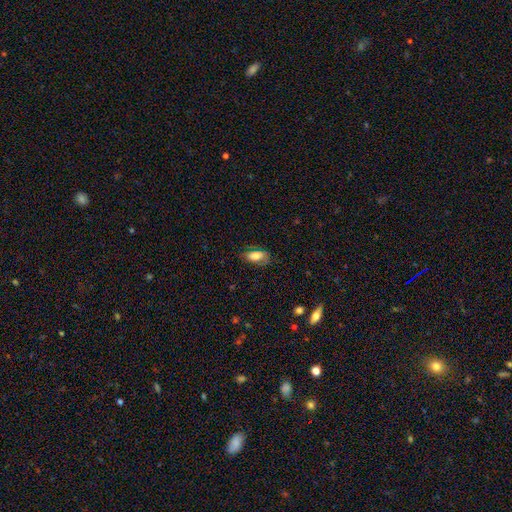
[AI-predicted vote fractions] A smooth galaxy with no disk features (74%) that is in between round and cigar-shaped (89%).

Vote fractions:
- Smooth or featured? smooth: 74% / featured or disk: 17% / star or artifact: 9%
- How rounded? in between: 89% / cigar-shaped: 7% / round: 4%
- Merging? none: 71% / minor disturbance: 21% / major disturbance: 6% / merger: 1%